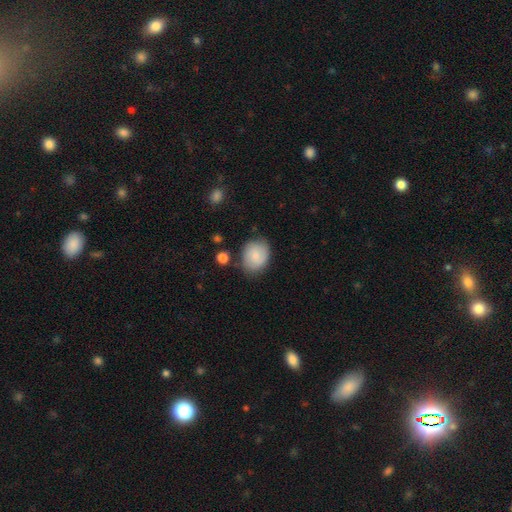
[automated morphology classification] smooth_or_featured: smooth (p=0.81) [alt: featured or disk p=0.13]
how_rounded: in between (p=0.50) [alt: round p=0.49]
merging: none (p=0.70) [alt: minor disturbance p=0.21]